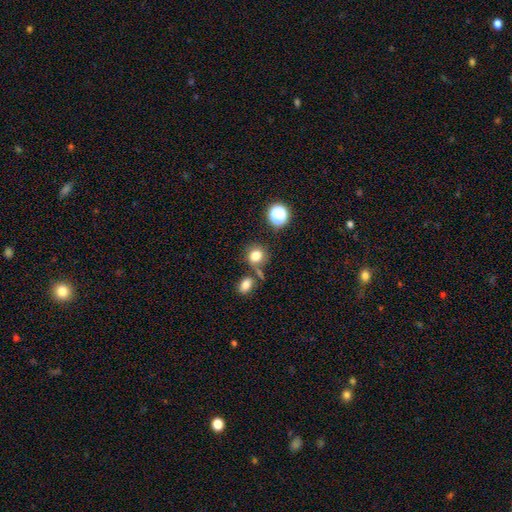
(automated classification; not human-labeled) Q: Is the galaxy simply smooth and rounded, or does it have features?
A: smooth — 79%.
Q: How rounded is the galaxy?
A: round — 75%.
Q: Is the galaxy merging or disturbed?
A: none — 65%.